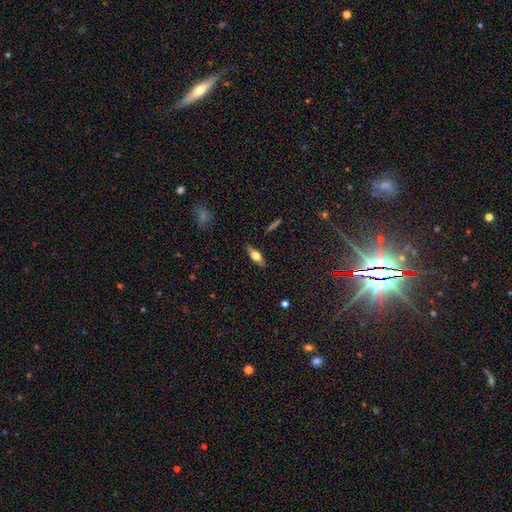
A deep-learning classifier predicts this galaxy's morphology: The model was most divided on "smooth or featured": smooth: 58%, featured or disk: 34%, star or artifact: 8%. More confident: merging — none (86%); how rounded — in between (67%).